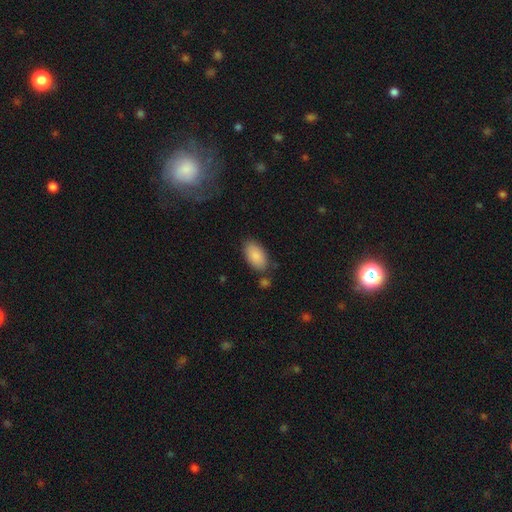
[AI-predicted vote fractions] A smooth galaxy with no disk features (87%) that is in between round and cigar-shaped (95%). Merging: none (78%).